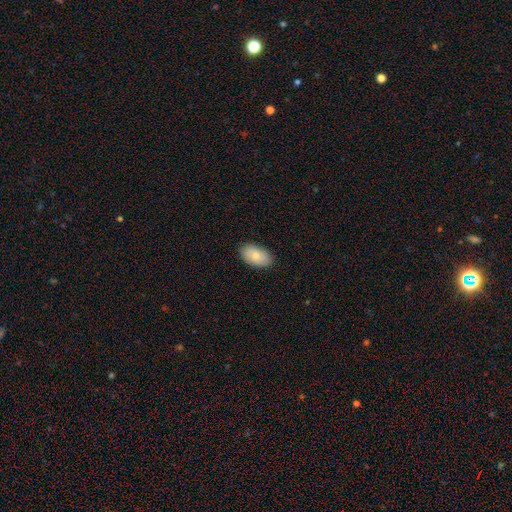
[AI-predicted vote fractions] Q: Smooth or featured?
A: smooth (78%); runner-up: featured or disk (15%)
Q: How rounded?
A: in between (93%); runner-up: round (5%)
Q: Merging?
A: none (87%); runner-up: minor disturbance (10%)